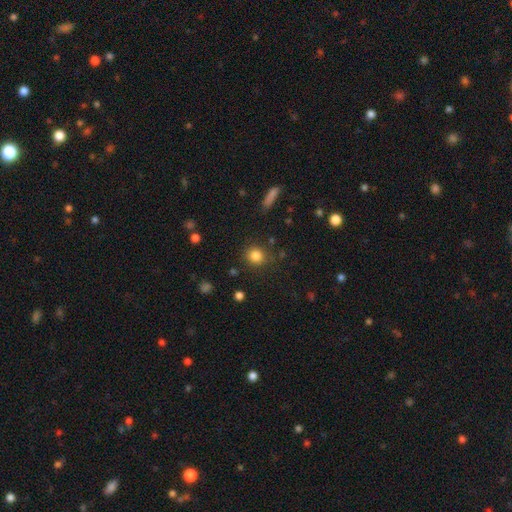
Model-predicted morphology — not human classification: A smooth galaxy with no disk features (83%) that is round (88%).

Vote fractions:
- Smooth or featured? smooth: 83% / star or artifact: 11% / featured or disk: 5%
- How rounded? round: 88% / in between: 11% / cigar-shaped: 1%
- Merging? none: 84% / minor disturbance: 9% / major disturbance: 4% / merger: 3%